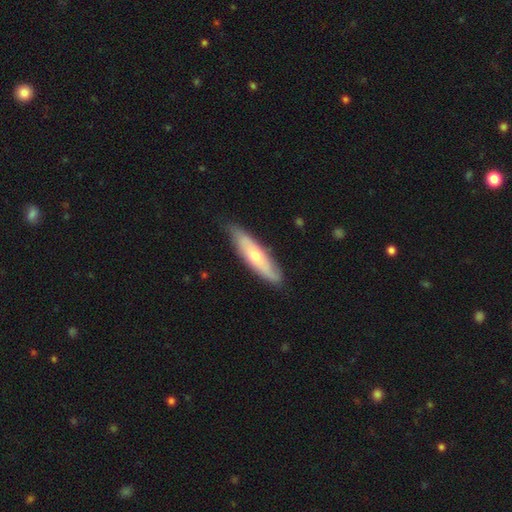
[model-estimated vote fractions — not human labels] smooth 54%, featured or disk 41%, star or artifact 5%. Down the decision tree: how rounded — cigar-shaped (71%); merging — none (81%).